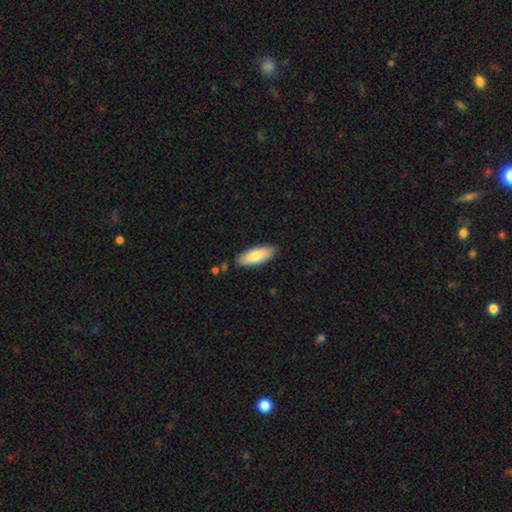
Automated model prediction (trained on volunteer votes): Q: Smooth or featured?
A: smooth (80%); runner-up: featured or disk (15%)
Q: How rounded?
A: in between (72%); runner-up: cigar-shaped (26%)
Q: Merging?
A: none (87%); runner-up: minor disturbance (10%)